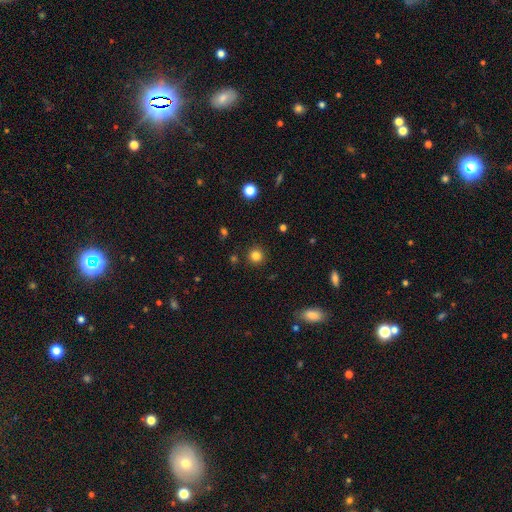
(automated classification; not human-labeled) A smooth galaxy with no disk features (82%) that is round (94%).

Vote fractions:
- Smooth or featured? smooth: 82% / star or artifact: 13% / featured or disk: 5%
- How rounded? round: 94% / in between: 5% / cigar-shaped: 1%
- Merging? none: 90% / minor disturbance: 6% / major disturbance: 2% / merger: 2%